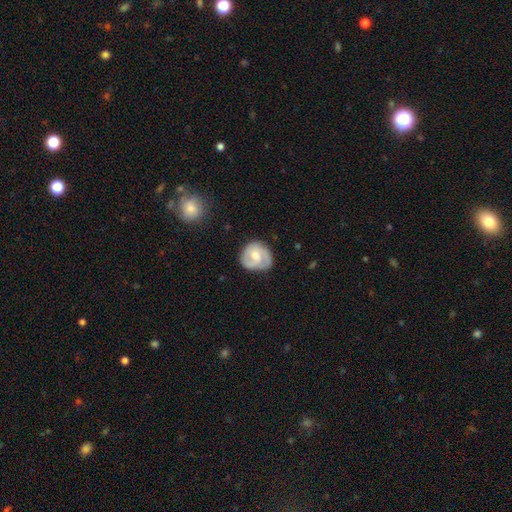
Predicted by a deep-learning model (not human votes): This appears to be a featured or disk galaxy (60%) with no bar (52%), 2 (57%) tight (51%) spiral arms (86%) and a moderate central bulge (57%). Merging: none (71%).